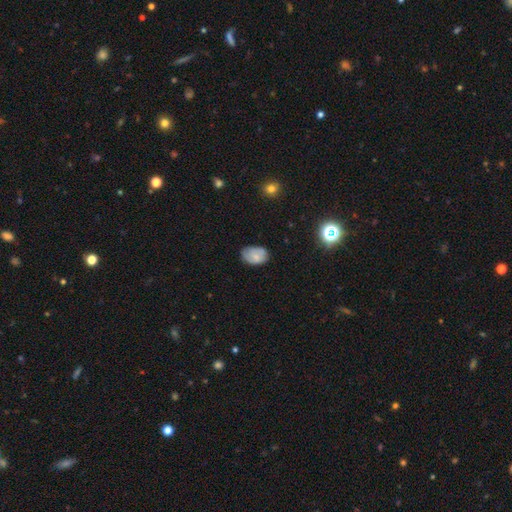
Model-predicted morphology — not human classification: smooth 69%, featured or disk 22%, star or artifact 9%. Down the decision tree: how rounded — in between (85%); merging — none (64%).